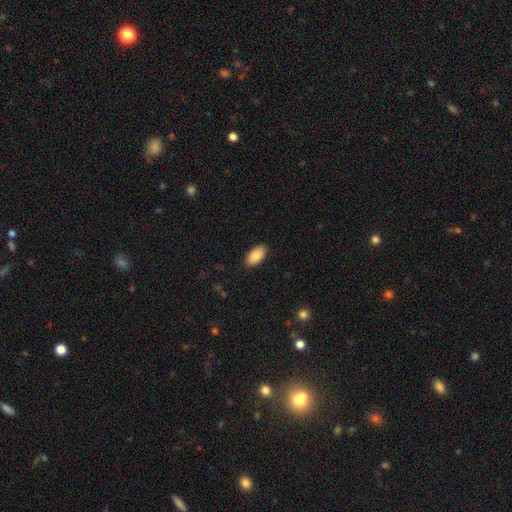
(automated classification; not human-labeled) This is clearly a smooth galaxy (88%). How rounded: clearly in between (95%). Merging: clearly none (89%).